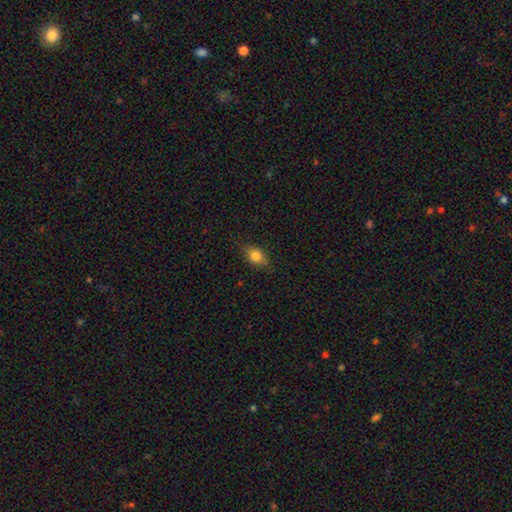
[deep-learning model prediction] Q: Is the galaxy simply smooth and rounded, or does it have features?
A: smooth — 78%.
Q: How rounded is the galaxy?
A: in between — 73%.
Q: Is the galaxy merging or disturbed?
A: none — 78%.